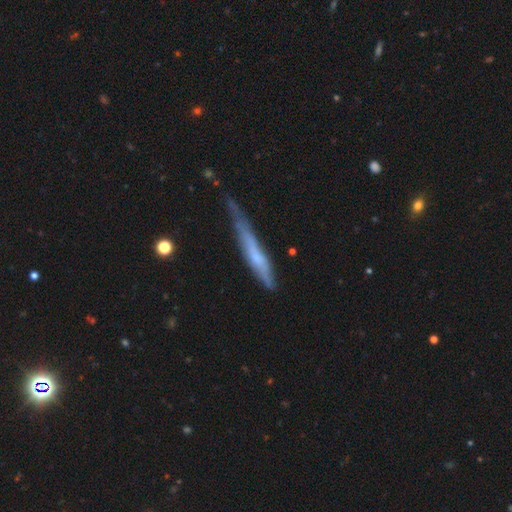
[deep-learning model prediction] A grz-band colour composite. It shows a featured or disk galaxy (50%). Merging: none (43%).